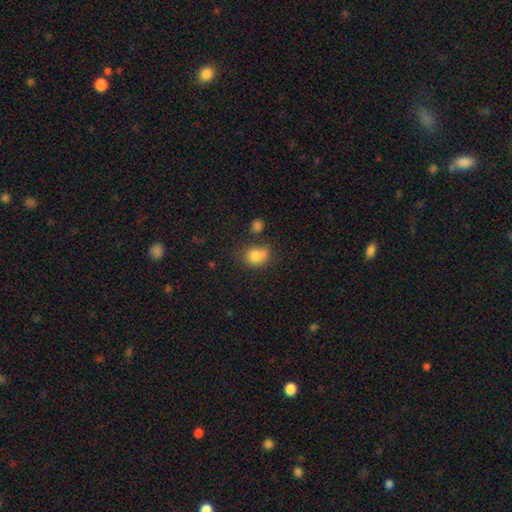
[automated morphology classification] Smooth or featured? smooth (80%)
How rounded? round (52%)
Merging? none (49%)